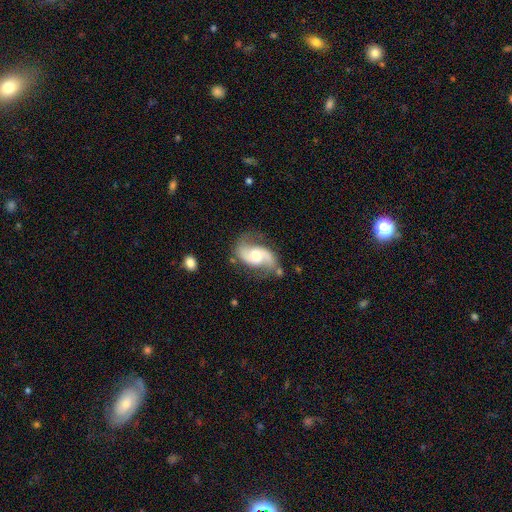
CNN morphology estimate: Smooth or featured: featured or disk — 84% (smooth — 10%)
Edge-on disk: no — 97% (yes — 3%)
Bar: no — 51% (weak — 39%)
Spiral arms: yes — 96% (no — 4%)
Spiral winding: loose — 48% (medium — 41%)
Spiral arm count: 2 — 92% (can't tell — 3%)
Bulge size: moderate — 61% (small — 23%)
Merging: none — 66% (minor disturbance — 20%)